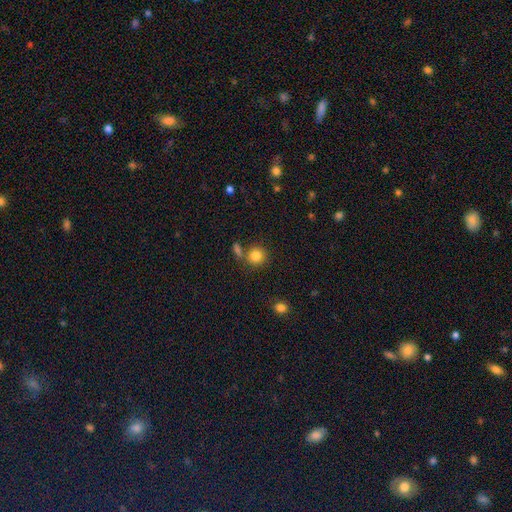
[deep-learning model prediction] Smooth or featured: smooth — 83% (star or artifact — 11%)
How rounded: round — 88% (in between — 11%)
Merging: none — 68% (merger — 18%)